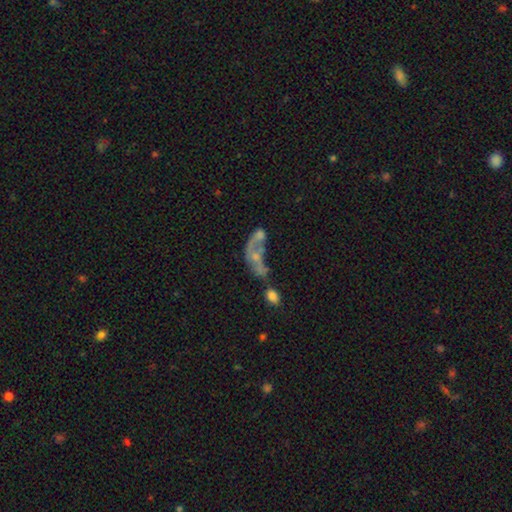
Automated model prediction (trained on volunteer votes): smooth-or-featured: featured or disk: 51% | smooth: 31% | star or artifact: 17%
  disk-edge-on: no: 95% | yes: 5%
  merging: merger: 46% | major disturbance: 28% | none: 16% | minor disturbance: 10%